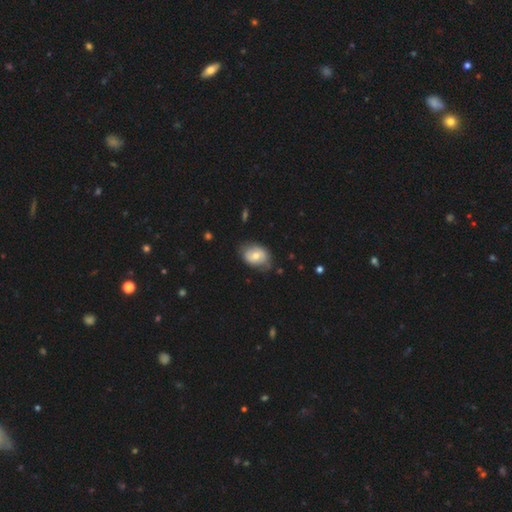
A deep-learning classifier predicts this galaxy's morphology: This is possibly a smooth galaxy (55%). How rounded: likely in between (67%). Merging: likely none (69%).